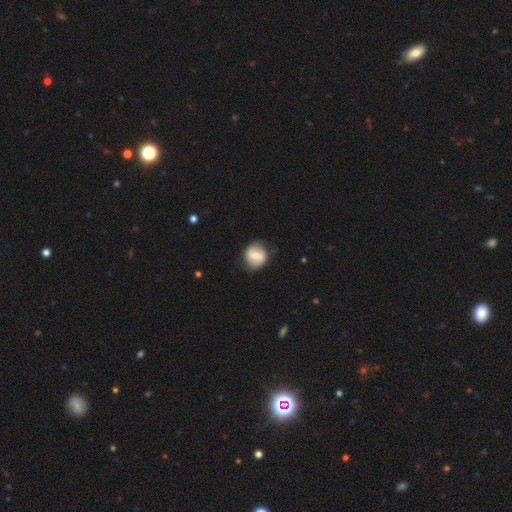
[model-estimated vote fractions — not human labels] A smooth galaxy with no disk features (48%). Merging: none (80%).